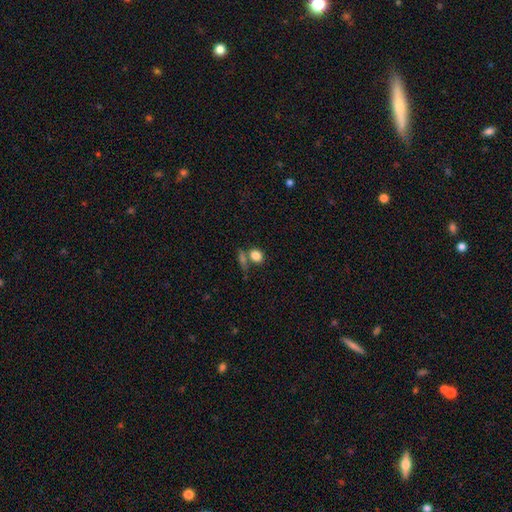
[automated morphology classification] Overall: smooth (82%). How rounded: round (59%; in between 38%). Merging: none (55%; merger 27%).